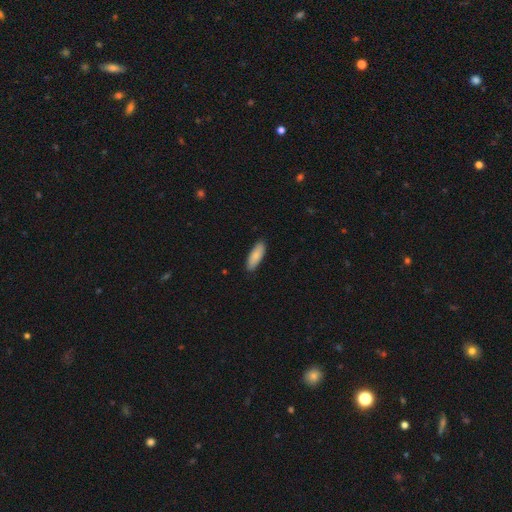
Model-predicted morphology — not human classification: smooth 87%, featured or disk 7%, star or artifact 5%. Down the decision tree: how rounded — in between (61%); merging — none (88%).